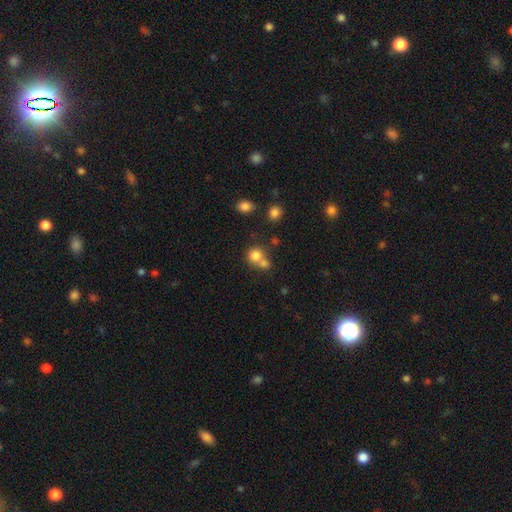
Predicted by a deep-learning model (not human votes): A smooth galaxy with no disk features (78%) that is round (84%).

Vote fractions:
- Smooth or featured? smooth: 78% / star or artifact: 12% / featured or disk: 10%
- How rounded? round: 84% / in between: 15% / cigar-shaped: 1%
- Merging? merger: 46% / none: 43% / minor disturbance: 7% / major disturbance: 4%